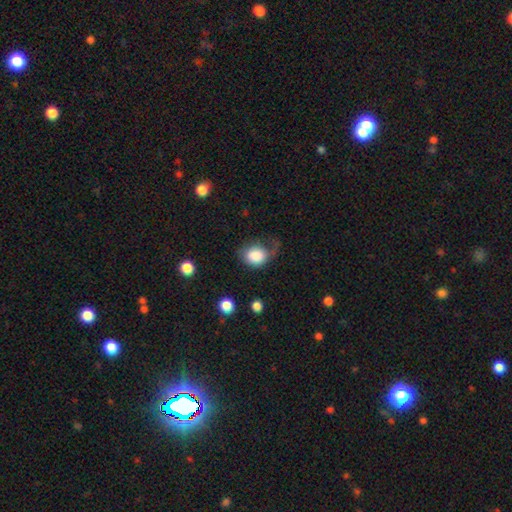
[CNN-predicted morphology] The model was most divided on "how rounded": round: 51%, in between: 48%, cigar-shaped: 1%. Remaining: smooth or featured — smooth (83%); merging — none (42%).